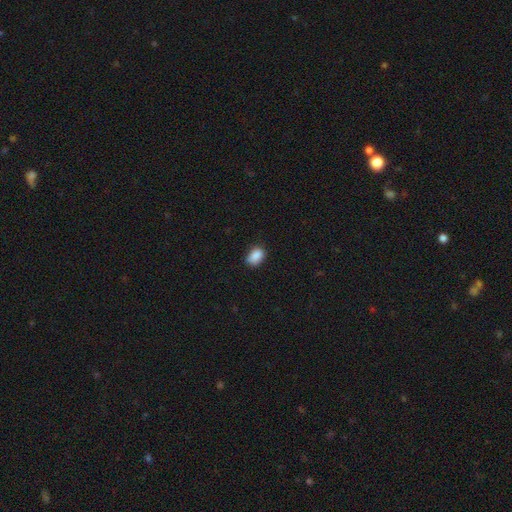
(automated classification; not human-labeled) The model was most divided on "merging": none: 75%, minor disturbance: 20%, major disturbance: 3%, merger: 1%. More confident: smooth or featured — smooth (88%); how rounded — in between (83%).